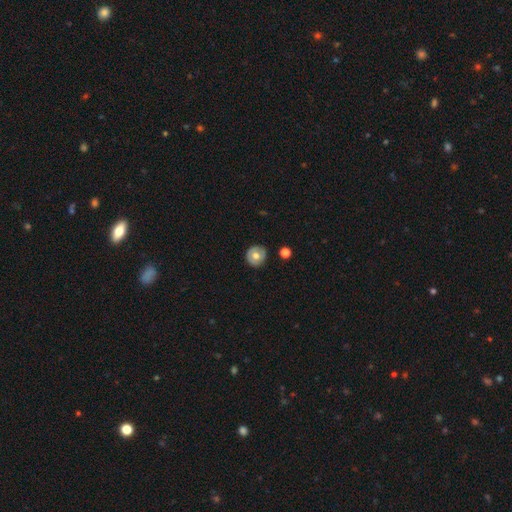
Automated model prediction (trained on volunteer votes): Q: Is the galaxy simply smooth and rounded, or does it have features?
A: smooth — 59%.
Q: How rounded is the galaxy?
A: round — 91%.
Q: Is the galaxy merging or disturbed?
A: none — 86%.